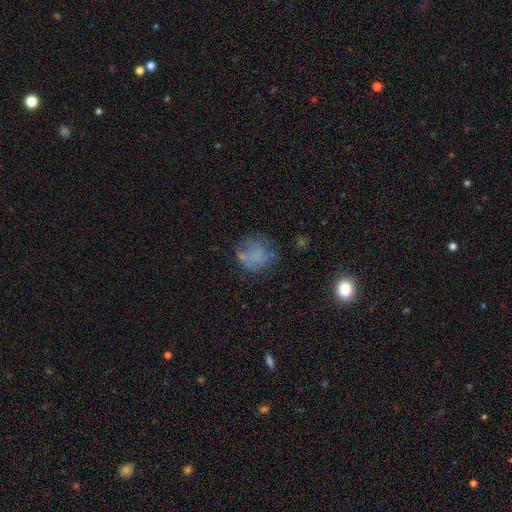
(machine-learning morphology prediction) smooth-or-featured: smooth: 55% | featured or disk: 31% | star or artifact: 14%
  how-rounded: round: 75% | in between: 24% | cigar-shaped: 1%
  merging: none: 54% | minor disturbance: 22% | major disturbance: 19% | merger: 4%